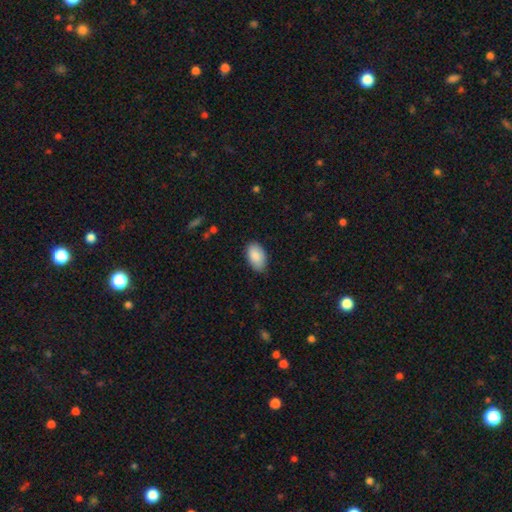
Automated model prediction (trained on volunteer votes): Smooth or featured: smooth — 89% (star or artifact — 6%)
How rounded: in between — 94% (round — 4%)
Merging: none — 79% (minor disturbance — 17%)